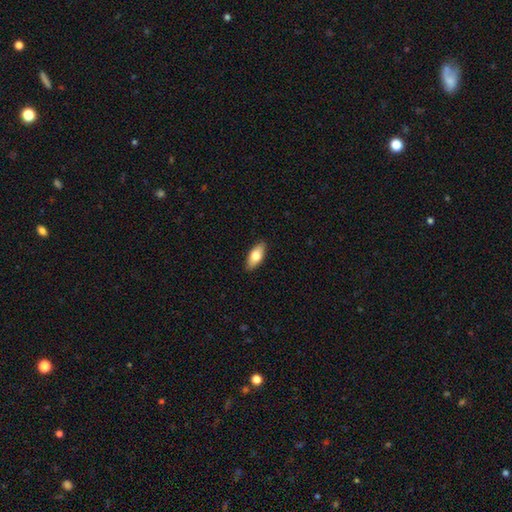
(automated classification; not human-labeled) smooth_or_featured: smooth (p=0.73) [alt: featured or disk p=0.21]
how_rounded: in between (p=0.84) [alt: cigar-shaped p=0.14]
merging: none (p=0.89) [alt: minor disturbance p=0.08]